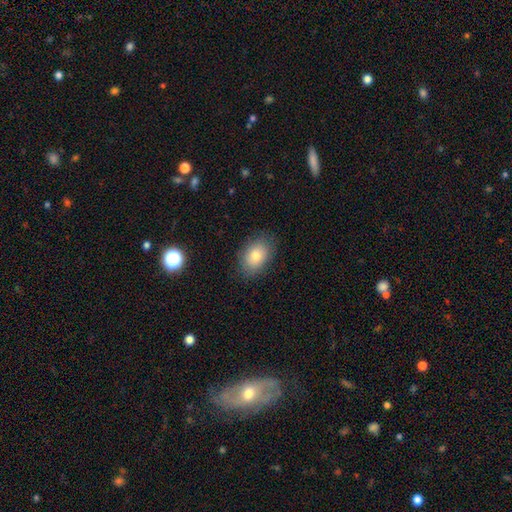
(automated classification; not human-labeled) Q: Smooth or featured?
A: smooth (78%); runner-up: featured or disk (11%)
Q: How rounded?
A: in between (81%); runner-up: round (18%)
Q: Merging?
A: none (85%); runner-up: minor disturbance (11%)